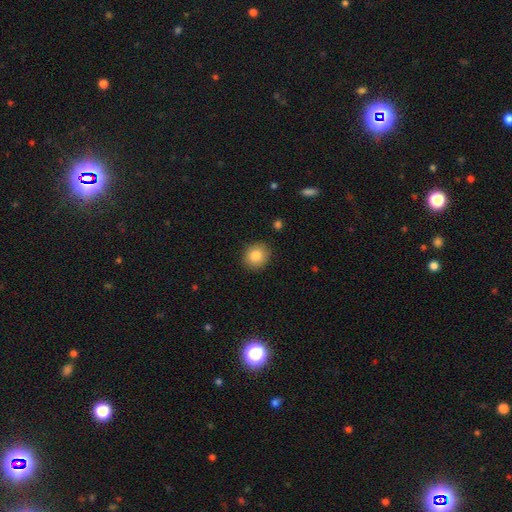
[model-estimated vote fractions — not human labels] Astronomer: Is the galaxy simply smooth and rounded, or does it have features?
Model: smooth — 83%.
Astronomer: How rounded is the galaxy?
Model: round — 84%.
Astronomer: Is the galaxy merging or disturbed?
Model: none — 90%.